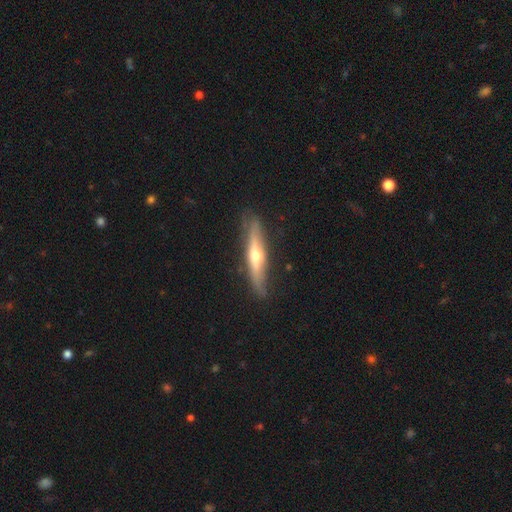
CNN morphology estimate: type=featured or disk (66%); edge-on=yes (91%); edge-on bulge=rounded (87%); merging=none (81%).